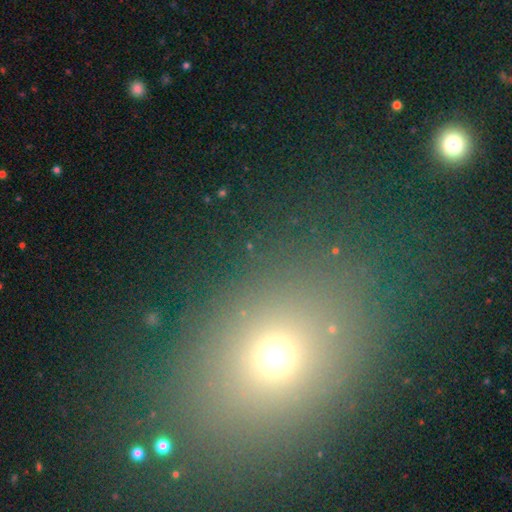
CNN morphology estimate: Smooth or featured?
  - smooth: 60% *
  - star or artifact: 29%
  - featured or disk: 11%
How rounded?
  - round: 53% *
  - in between: 45%
  - cigar-shaped: 2%
Merging?
  - none: 81% *
  - minor disturbance: 9%
  - major disturbance: 6%
  - merger: 4%